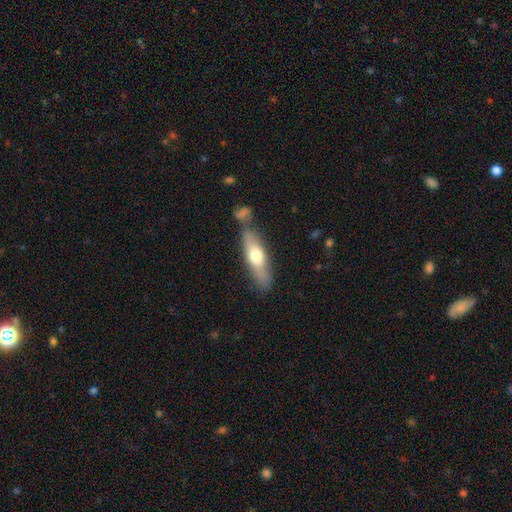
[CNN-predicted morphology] A smooth galaxy with no disk features (57%) that is cigar-shaped (60%). Merging: none (65%).